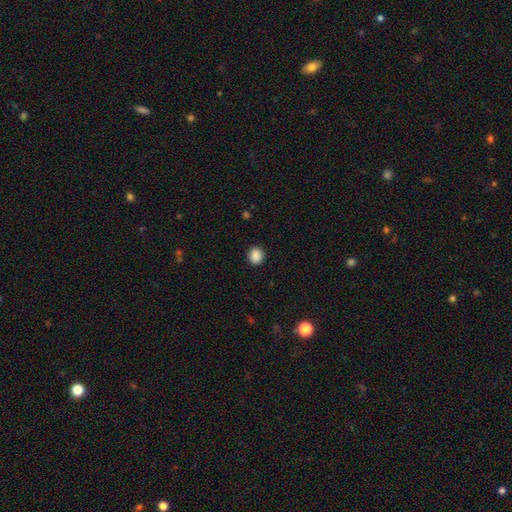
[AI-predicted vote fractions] smooth_or_featured: smooth (p=0.89) [alt: star or artifact p=0.09]
how_rounded: round (p=0.78) [alt: in between p=0.21]
merging: none (p=0.91) [alt: minor disturbance p=0.06]